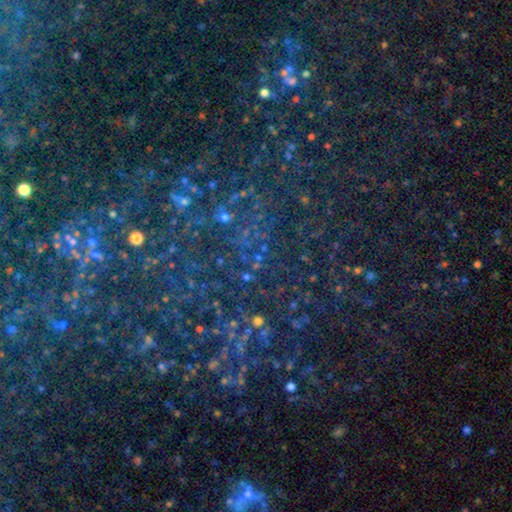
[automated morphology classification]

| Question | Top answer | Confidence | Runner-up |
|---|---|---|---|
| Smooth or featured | star or artifact | 79% | smooth (13%) |